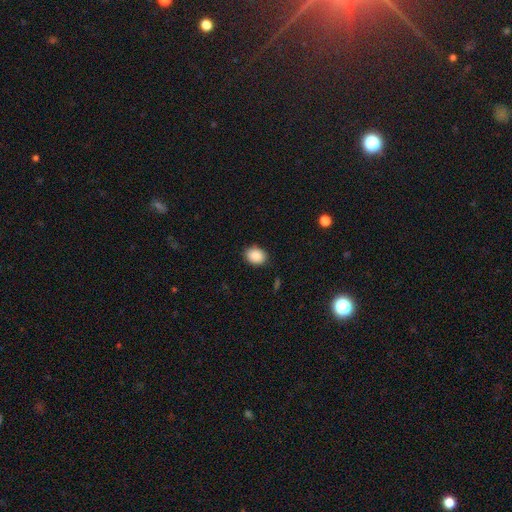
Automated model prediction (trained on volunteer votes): Smooth or featured? smooth (88%)
How rounded? in between (60%)
Merging? none (88%)